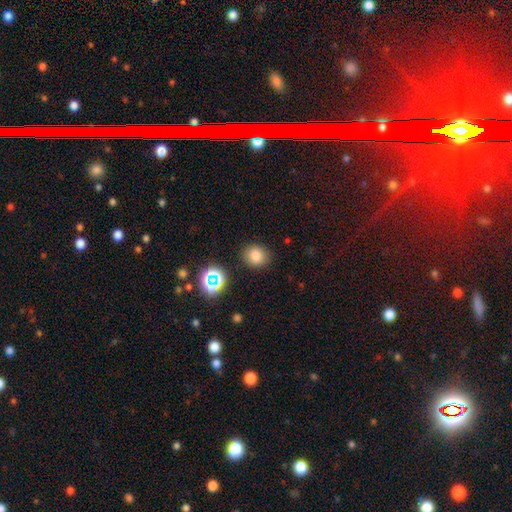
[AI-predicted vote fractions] Q: Smooth or featured?
A: smooth (79%); runner-up: star or artifact (14%)
Q: How rounded?
A: round (73%); runner-up: in between (26%)
Q: Merging?
A: none (87%); runner-up: minor disturbance (9%)